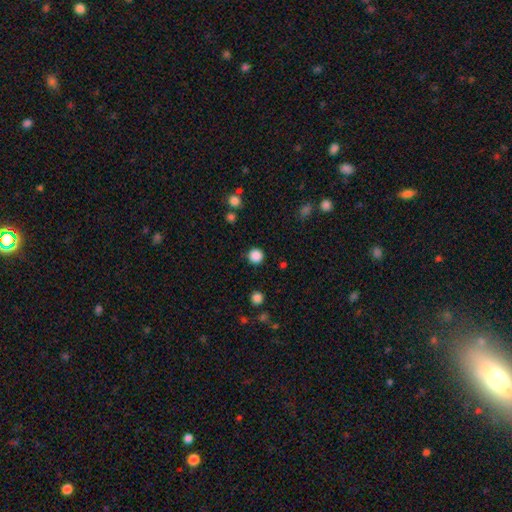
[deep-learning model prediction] This appears to be a smooth galaxy with no disk features (86%) that is round (95%). Merging: none (90%).